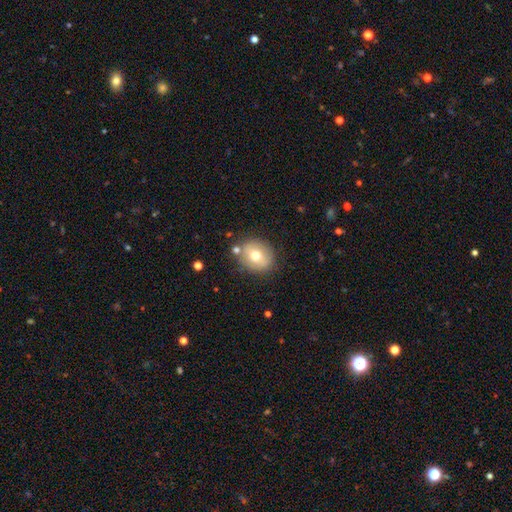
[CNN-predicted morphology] Smooth or featured? Predicted: smooth (p=0.65). How rounded? Predicted: round (p=0.66). Merging? Predicted: none (p=0.77).